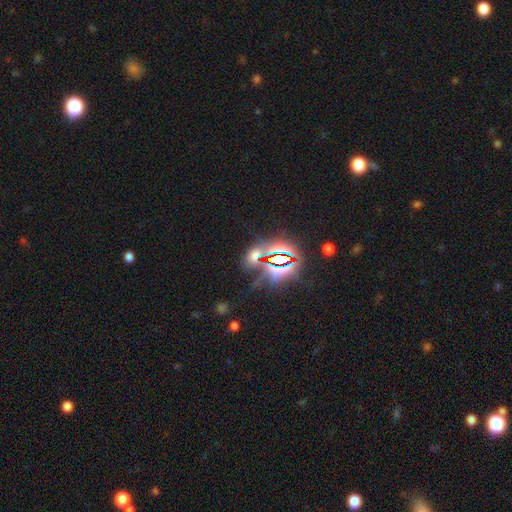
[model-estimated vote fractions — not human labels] Smooth or featured? star or artifact (64%)